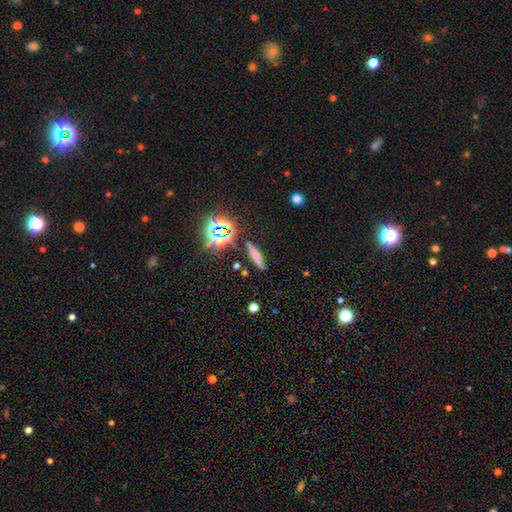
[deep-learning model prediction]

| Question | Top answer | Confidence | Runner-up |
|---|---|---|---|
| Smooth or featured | smooth | 56% | star or artifact (22%) |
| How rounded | cigar-shaped | 83% | in between (13%) |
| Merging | none | 82% | minor disturbance (11%) |